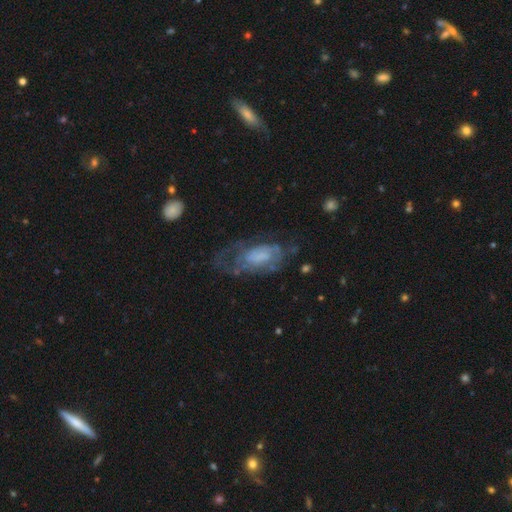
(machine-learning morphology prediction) This is likely a featured or disk galaxy (62%). It is clearly not viewed edge-on (90%). Bar: likely no (67%). Spiral arm pattern: likely yes (66%). Central bulge: marginally moderate (29%). Merging: possibly none (53%).